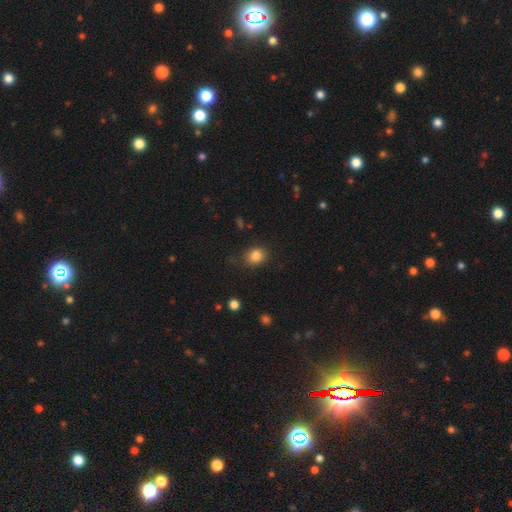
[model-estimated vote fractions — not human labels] Q: Smooth or featured?
A: smooth (85%); runner-up: star or artifact (10%)
Q: How rounded?
A: round (61%); runner-up: in between (38%)
Q: Merging?
A: none (76%); runner-up: minor disturbance (17%)